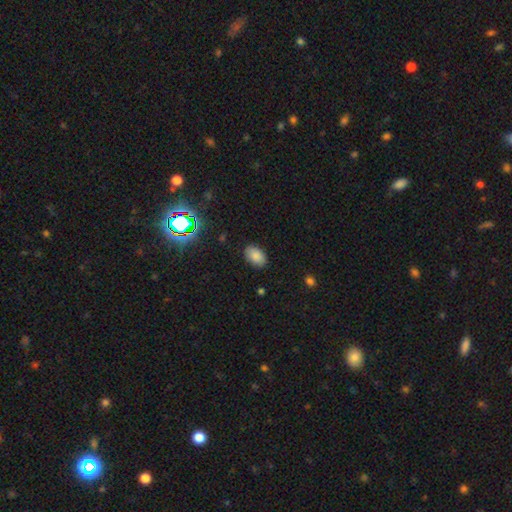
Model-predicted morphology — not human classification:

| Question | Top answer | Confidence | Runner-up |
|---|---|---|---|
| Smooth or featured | smooth | 83% | star or artifact (11%) |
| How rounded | in between | 89% | round (10%) |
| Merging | none | 86% | minor disturbance (10%) |